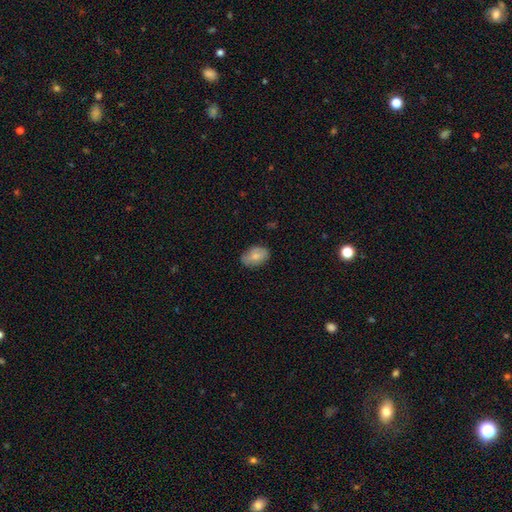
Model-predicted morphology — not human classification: Q: Smooth or featured?
A: smooth (78%); runner-up: featured or disk (15%)
Q: How rounded?
A: in between (88%); runner-up: round (10%)
Q: Merging?
A: none (78%); runner-up: minor disturbance (18%)